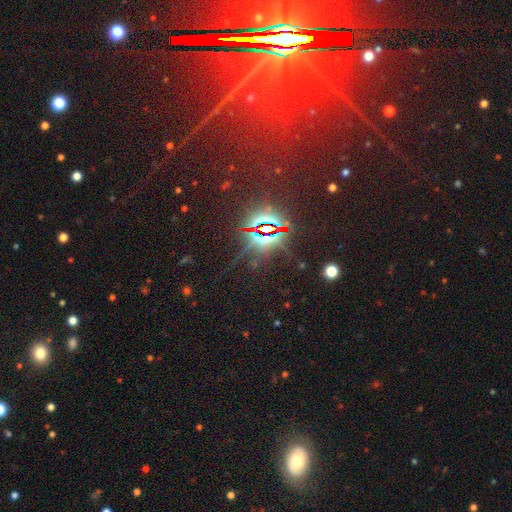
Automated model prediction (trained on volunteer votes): smooth-or-featured: star or artifact: 83% | featured or disk: 9% | smooth: 9%